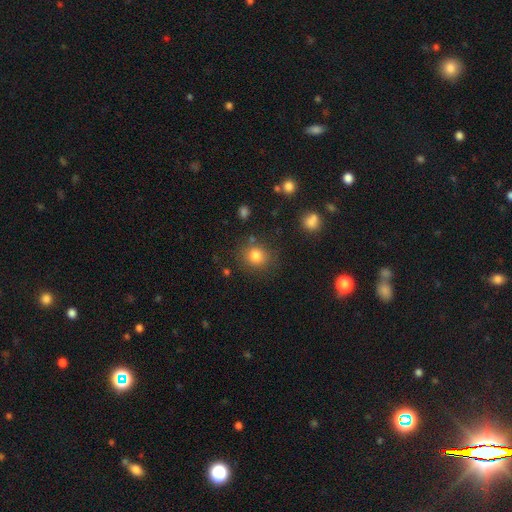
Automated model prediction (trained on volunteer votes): smooth_or_featured: smooth (p=0.81) [alt: star or artifact p=0.12]
how_rounded: round (p=0.81) [alt: in between p=0.18]
merging: none (p=0.82) [alt: minor disturbance p=0.10]